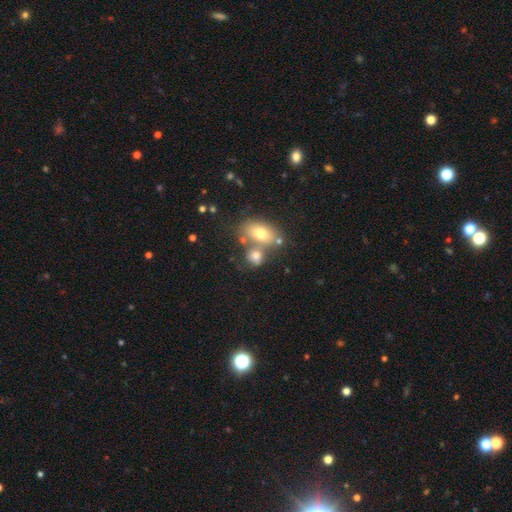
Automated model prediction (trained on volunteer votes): Smooth or featured? Predicted: smooth (p=0.71). How rounded? Predicted: in between (p=0.62). Merging? Predicted: merger (p=0.42).